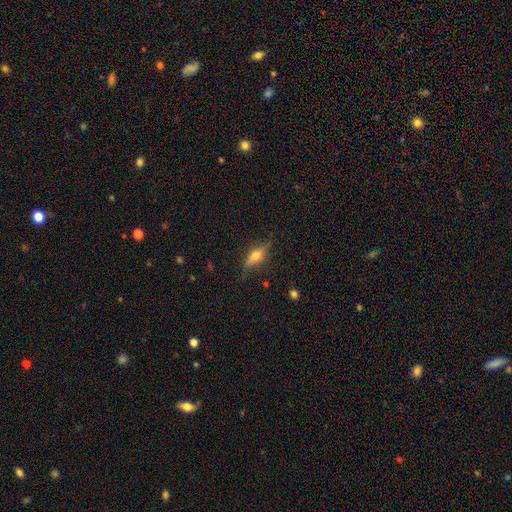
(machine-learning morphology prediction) Smooth or featured? Predicted: featured or disk (p=0.50). Merging? Predicted: none (p=0.79).